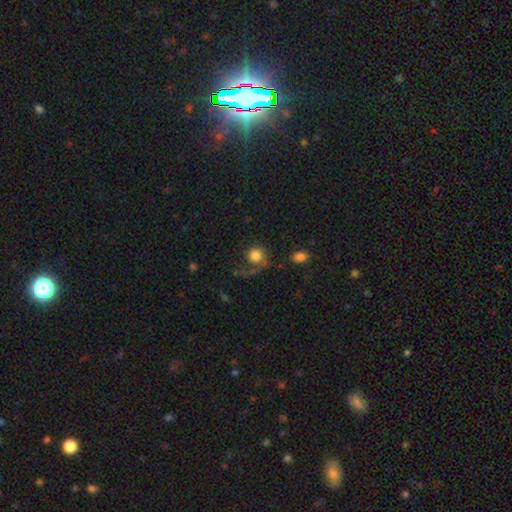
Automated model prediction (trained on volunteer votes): smooth-or-featured: smooth: 77% | featured or disk: 13% | star or artifact: 10%
  how-rounded: round: 87% | in between: 12% | cigar-shaped: 1%
  merging: none: 49% | major disturbance: 29% | minor disturbance: 16% | merger: 6%